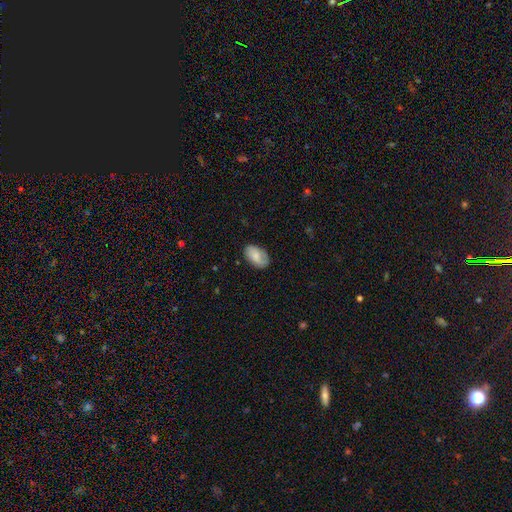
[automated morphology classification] smooth_or_featured: smooth (p=0.76) [alt: featured or disk p=0.17]
how_rounded: in between (p=0.93) [alt: round p=0.06]
merging: none (p=0.77) [alt: minor disturbance p=0.18]